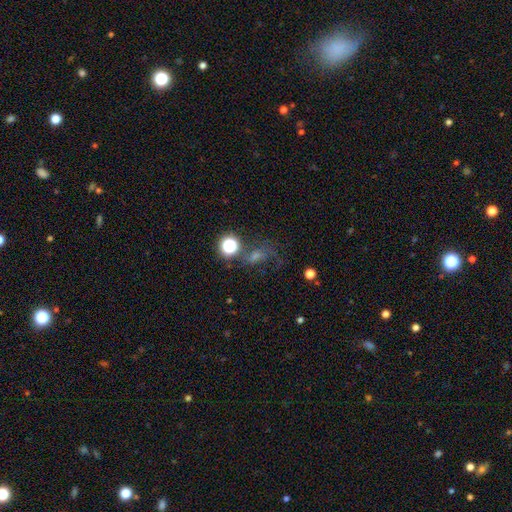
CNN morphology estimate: type=star or artifact (41%).